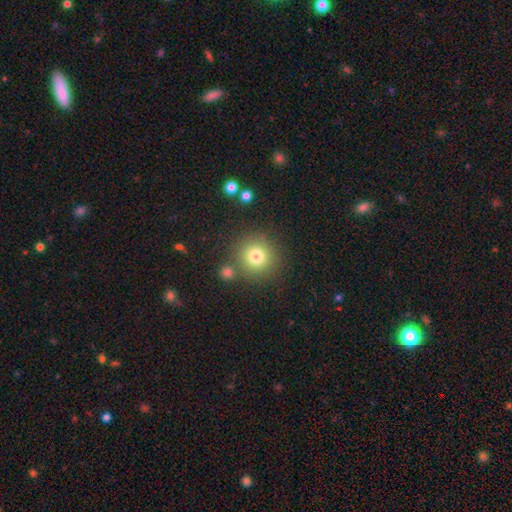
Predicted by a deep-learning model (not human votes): Smooth or featured? smooth (78%)
How rounded? round (94%)
Merging? none (80%)